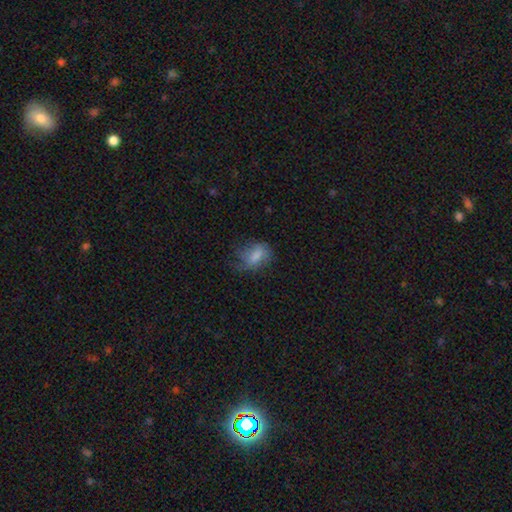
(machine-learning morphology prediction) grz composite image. It shows a smooth galaxy with no disk features (66%) that is in between round and cigar-shaped (77%). Merging: none (43%).